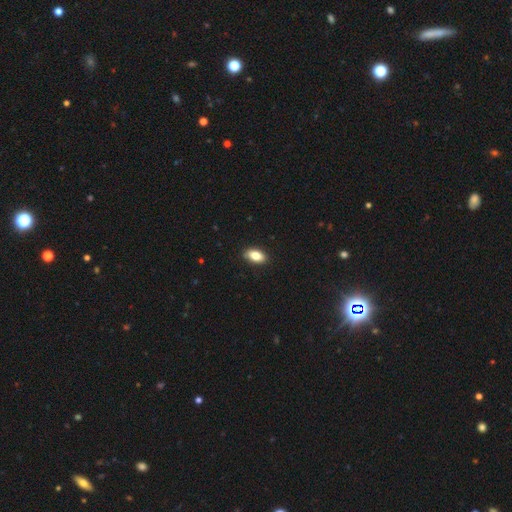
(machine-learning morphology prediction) smooth_or_featured: smooth (p=0.82) [alt: featured or disk p=0.10]
how_rounded: in between (p=0.91) [alt: round p=0.05]
merging: none (p=0.89) [alt: minor disturbance p=0.09]